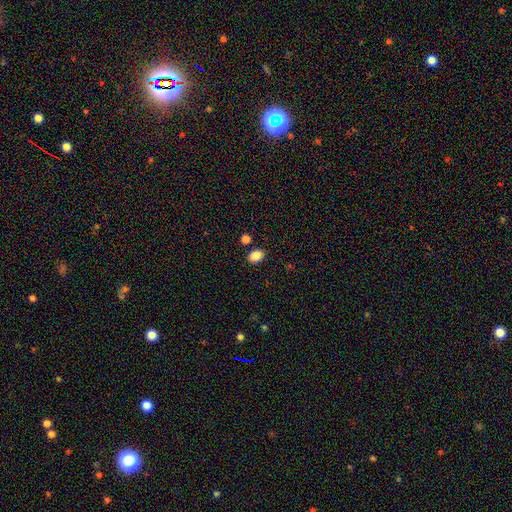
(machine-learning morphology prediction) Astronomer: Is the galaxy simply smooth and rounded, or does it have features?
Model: smooth — 87%.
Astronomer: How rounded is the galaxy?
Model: in between — 73%.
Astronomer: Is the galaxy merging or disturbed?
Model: none — 84%.